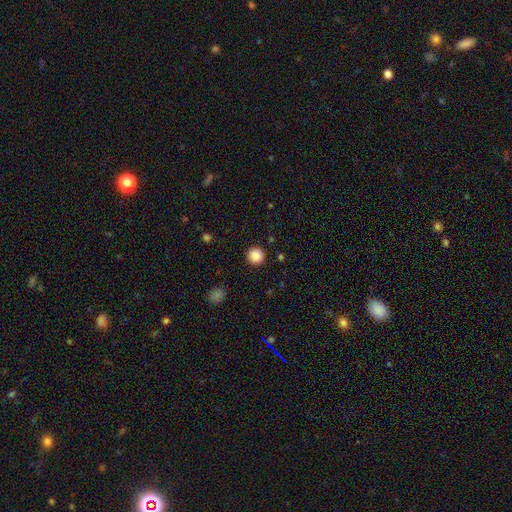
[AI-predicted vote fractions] The model was most divided on "smooth or featured": smooth: 88%, star or artifact: 9%, featured or disk: 3%. More confident: how rounded — round (95%); merging — none (92%).